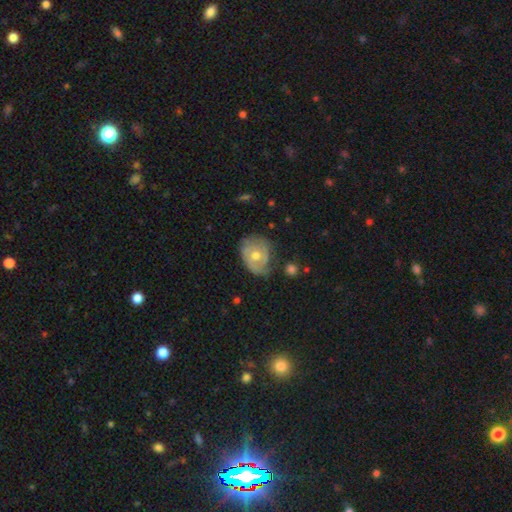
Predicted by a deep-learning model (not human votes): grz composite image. It shows a featured or disk galaxy (65%) with no bar (79%), spiral arms (76%) and a moderate central bulge (71%). Merging: none (59%).